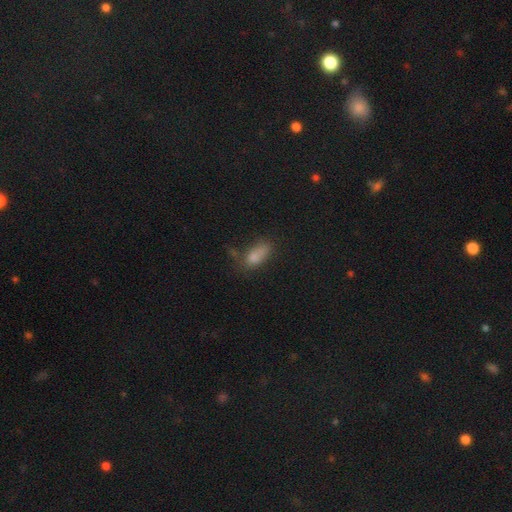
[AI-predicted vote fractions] A smooth galaxy with no disk features (77%) that is in between round and cigar-shaped (85%).

Vote fractions:
- Smooth or featured? smooth: 77% / star or artifact: 12% / featured or disk: 11%
- How rounded? in between: 85% / cigar-shaped: 8% / round: 7%
- Merging? none: 37% / minor disturbance: 28% / major disturbance: 22% / merger: 12%